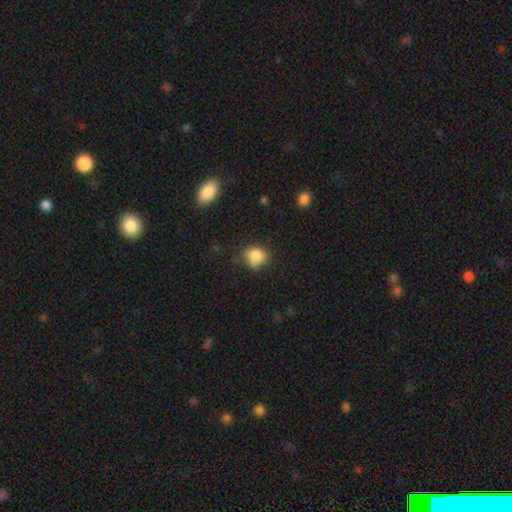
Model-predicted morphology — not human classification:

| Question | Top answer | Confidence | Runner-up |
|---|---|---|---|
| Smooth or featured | smooth | 84% | star or artifact (10%) |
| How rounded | round | 70% | in between (29%) |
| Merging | none | 70% | minor disturbance (21%) |